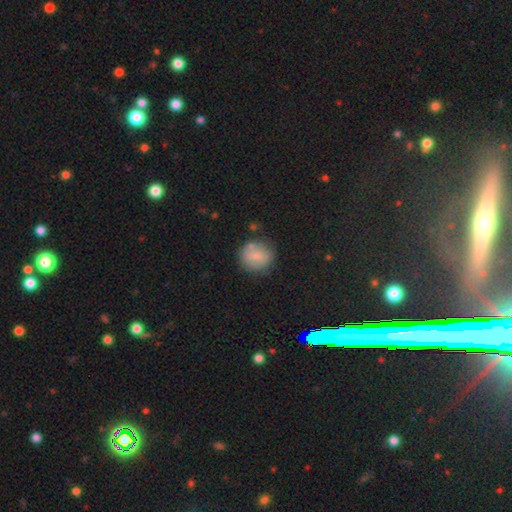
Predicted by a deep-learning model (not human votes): Smooth or featured? Predicted: smooth (p=0.74). How rounded? Predicted: round (p=0.81). Merging? Predicted: none (p=0.67).